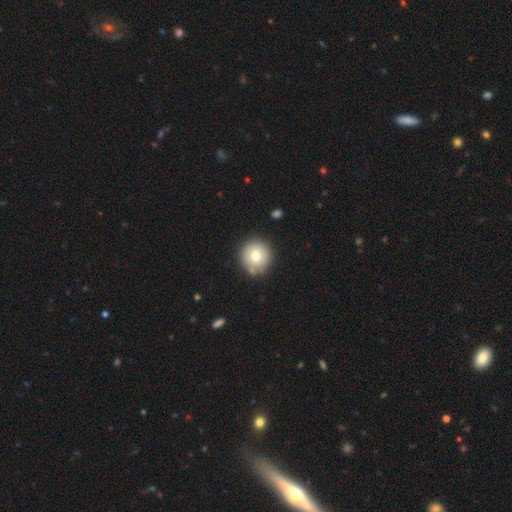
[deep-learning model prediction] A smooth galaxy with no disk features (75%) that is round (94%). Merging: none (78%).